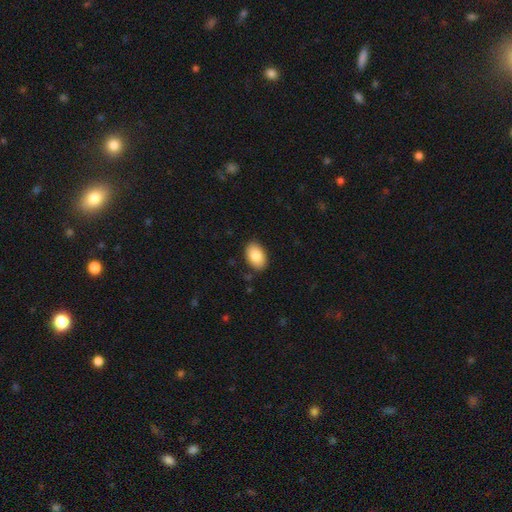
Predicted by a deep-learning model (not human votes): Morphology: type=smooth (84%); roundness=in between (90%); merging=none (87%).